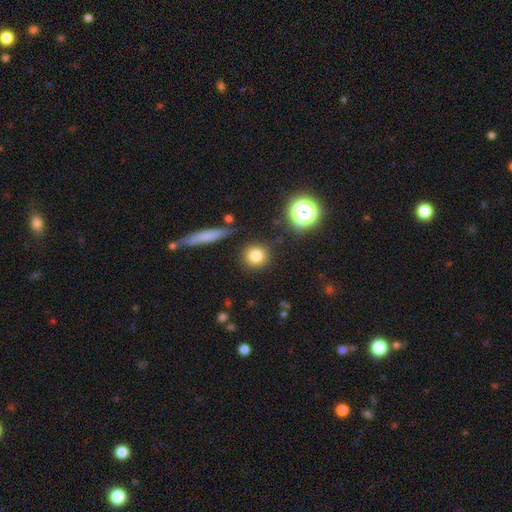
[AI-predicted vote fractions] This appears to be a smooth galaxy with no disk features (80%) that is round (90%). Merging: none (87%).